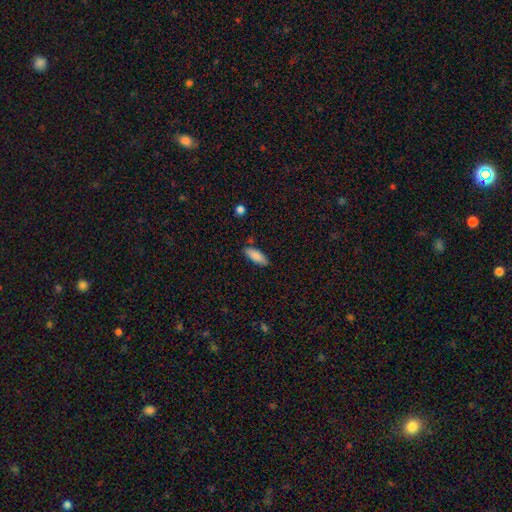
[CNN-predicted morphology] This appears to be a smooth galaxy with no disk features (85%) that is in between round and cigar-shaped (65%). Merging: none (84%).